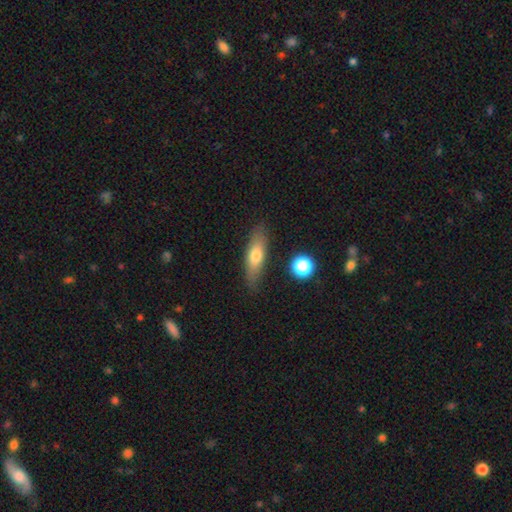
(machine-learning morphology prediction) This is likely a smooth galaxy (69%). How rounded: possibly in between (54%). Merging: clearly none (81%).